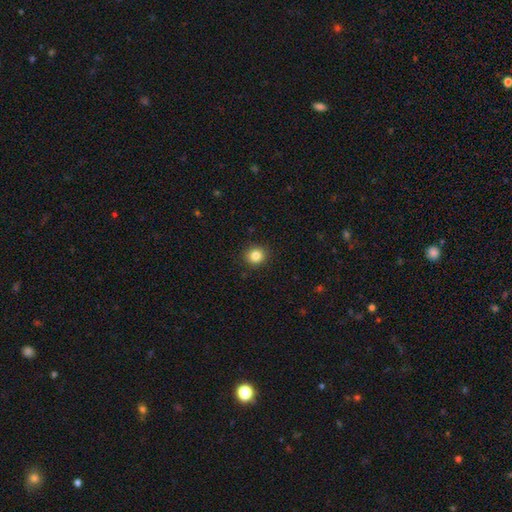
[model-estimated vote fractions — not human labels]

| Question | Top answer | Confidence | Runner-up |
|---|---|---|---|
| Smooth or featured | smooth | 84% | star or artifact (11%) |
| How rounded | round | 89% | in between (10%) |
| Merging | none | 91% | minor disturbance (6%) |